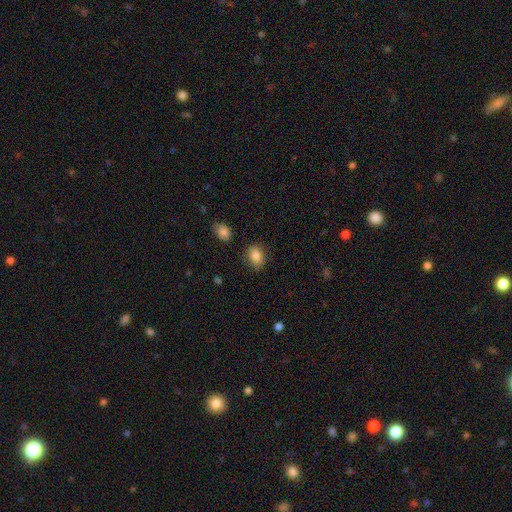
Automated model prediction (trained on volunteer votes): This appears to be a smooth galaxy with no disk features (85%) that is in between round and cigar-shaped (69%). Merging: none (79%).